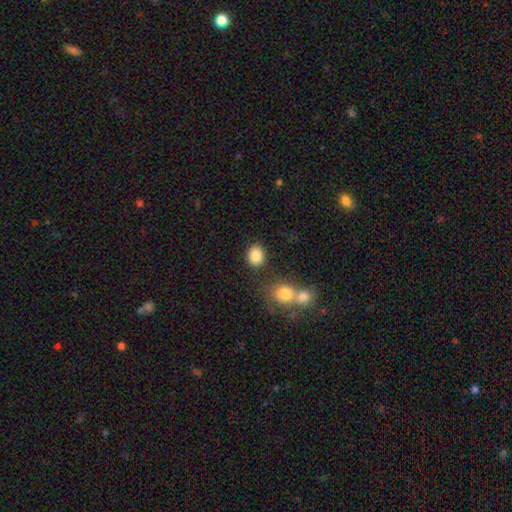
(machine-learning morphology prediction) smooth 86%, star or artifact 9%, featured or disk 5%. Down the decision tree: how rounded — round (61%); merging — none (80%).